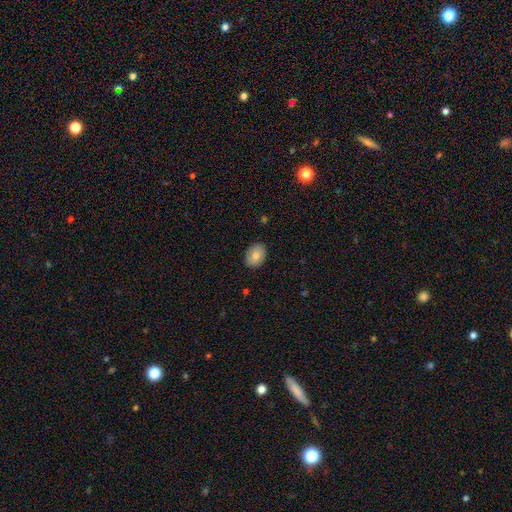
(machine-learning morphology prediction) The model was most divided on "how rounded": in between: 80%, round: 19%, cigar-shaped: 1%. More confident: merging — none (87%); smooth or featured — smooth (83%).